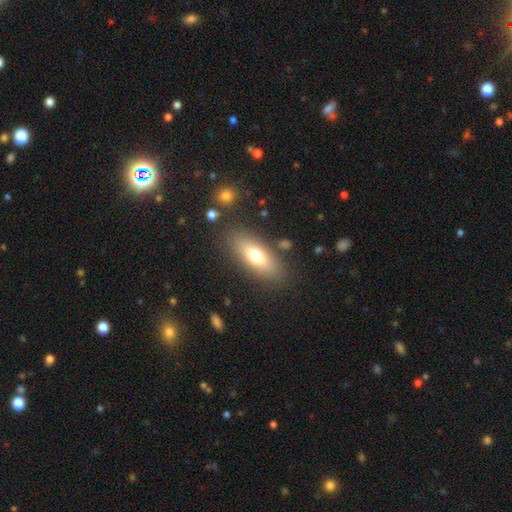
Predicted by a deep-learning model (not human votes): Smooth or featured? Predicted: smooth (p=0.69). How rounded? Predicted: in between (p=0.76). Merging? Predicted: none (p=0.82).